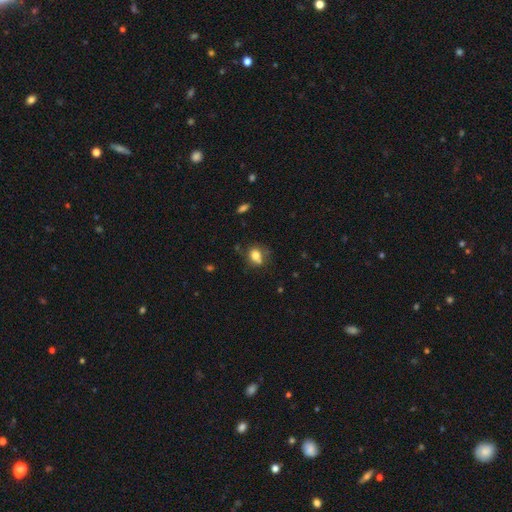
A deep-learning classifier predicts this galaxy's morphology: The model was most divided on "how rounded": in between: 51%, round: 47%, cigar-shaped: 2%. More confident: smooth or featured — smooth (76%); merging — none (56%).